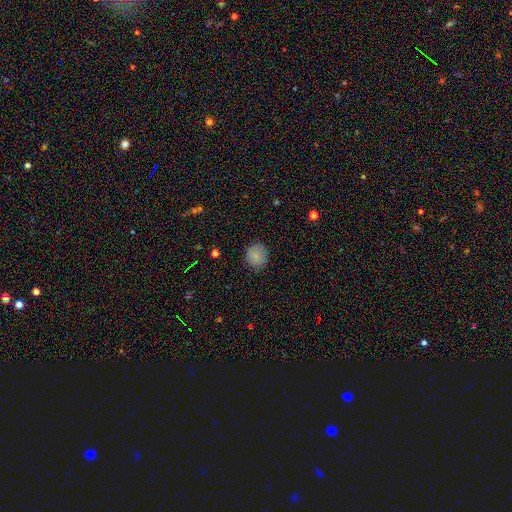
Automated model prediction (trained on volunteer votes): A smooth galaxy with no disk features (84%) that is round (86%). Merging: none (85%).